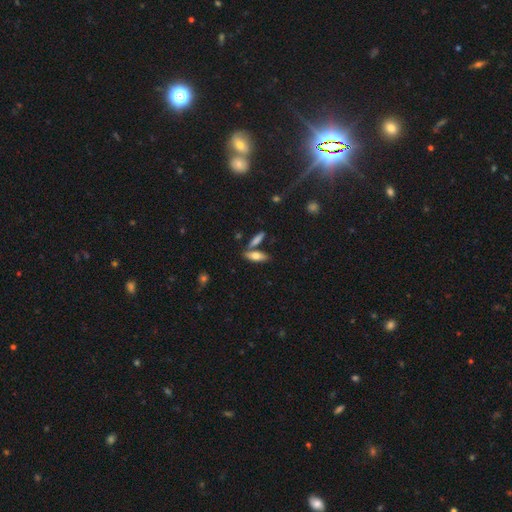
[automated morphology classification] This appears to be a smooth galaxy with no disk features (69%) that is in between round and cigar-shaped (59%). Merging: none (67%).